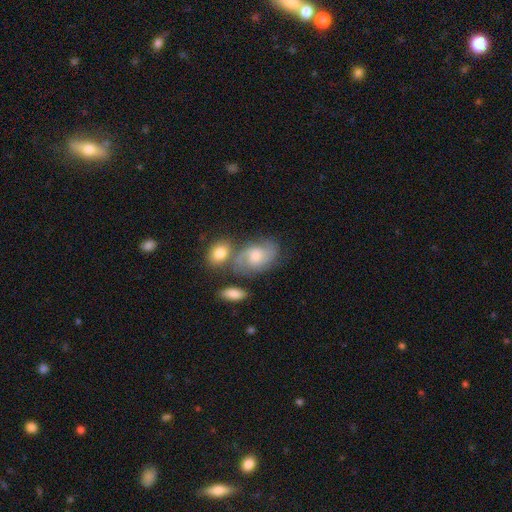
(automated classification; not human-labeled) The model was most divided on "spiral winding": medium: 48%, tight: 34%, loose: 18%. More confident: edge-on disk — no (96%); spiral arms — yes (89%); bar — no (64%); spiral arm count — 2 (62%); smooth or featured — featured or disk (61%); bulge size — moderate (54%); merging — none (53%).